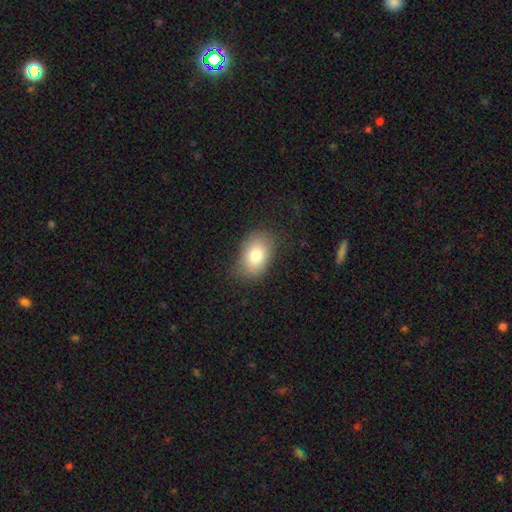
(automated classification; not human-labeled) This appears to be a smooth galaxy with no disk features (81%) that is in between round and cigar-shaped (85%). Merging: none (75%).